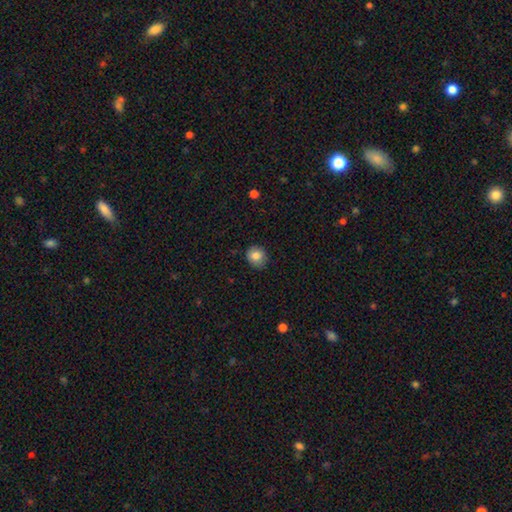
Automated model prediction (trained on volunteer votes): smooth-or-featured: smooth: 84% | star or artifact: 9% | featured or disk: 7%
  how-rounded: round: 78% | in between: 21% | cigar-shaped: 1%
  merging: none: 83% | minor disturbance: 13% | major disturbance: 2% | merger: 1%